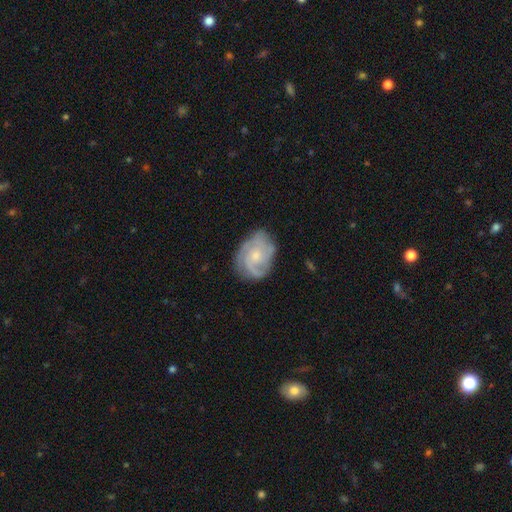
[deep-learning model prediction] A featured or disk galaxy (80%) with no bar (73%), 3 (42%) tight (48%) spiral arms (95%) and a small central bulge (58%).

Vote fractions:
- Smooth or featured? featured or disk: 80% / smooth: 14% / star or artifact: 5%
- Edge-on disk? no: 98% / yes: 2%
- Bar? no: 73% / weak: 24% / strong: 3%
- Spiral arms? yes: 95% / no: 5%
- Spiral winding? tight: 48% / medium: 41% / loose: 12%
- Spiral arm count? 3: 42% / 2: 21% / can't tell: 19% / 4: 9% / 1: 5% / more than 4: 4%
- Bulge size? small: 58% / moderate: 37% / none: 3% / large: 2% / dominant: 1%
- Merging? none: 71% / minor disturbance: 20% / major disturbance: 7% / merger: 1%